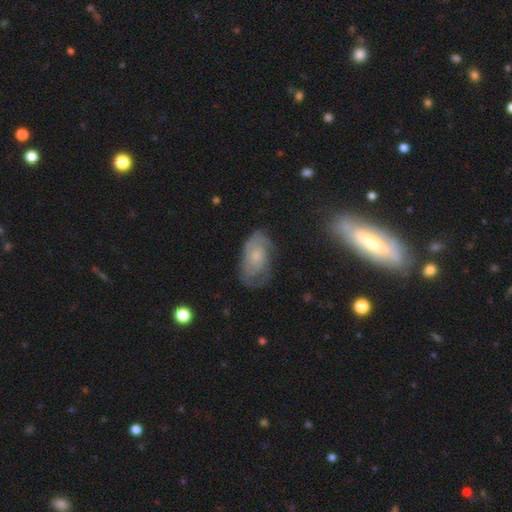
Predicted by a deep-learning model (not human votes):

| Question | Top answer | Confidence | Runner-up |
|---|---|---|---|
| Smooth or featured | featured or disk | 70% | smooth (23%) |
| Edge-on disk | no | 95% | yes (5%) |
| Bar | no | 77% | weak (20%) |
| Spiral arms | yes | 86% | no (14%) |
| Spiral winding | tight | 55% | medium (34%) |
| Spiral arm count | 2 | 40% | can't tell (37%) |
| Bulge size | small | 52% | moderate (36%) |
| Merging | none | 65% | minor disturbance (23%) |